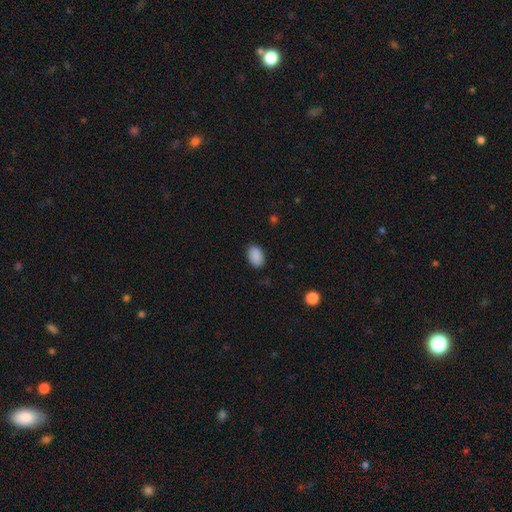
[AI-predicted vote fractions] A smooth galaxy with no disk features (89%) that is in between round and cigar-shaped (88%).

Vote fractions:
- Smooth or featured? smooth: 89% / star or artifact: 8% / featured or disk: 3%
- How rounded? in between: 88% / round: 11% / cigar-shaped: 1%
- Merging? none: 85% / minor disturbance: 11% / major disturbance: 3% / merger: 1%